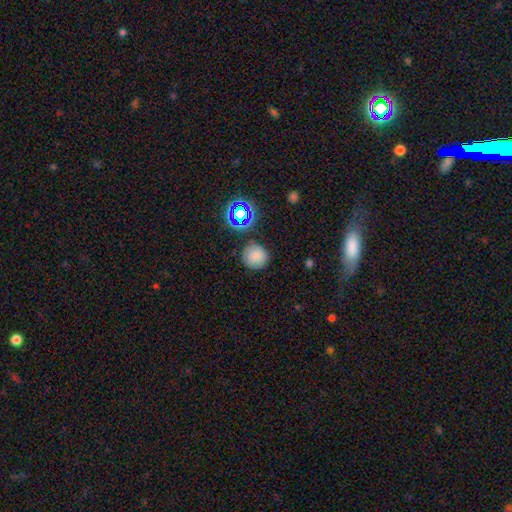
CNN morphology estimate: Smooth or featured? smooth (77%)
How rounded? round (94%)
Merging? none (85%)